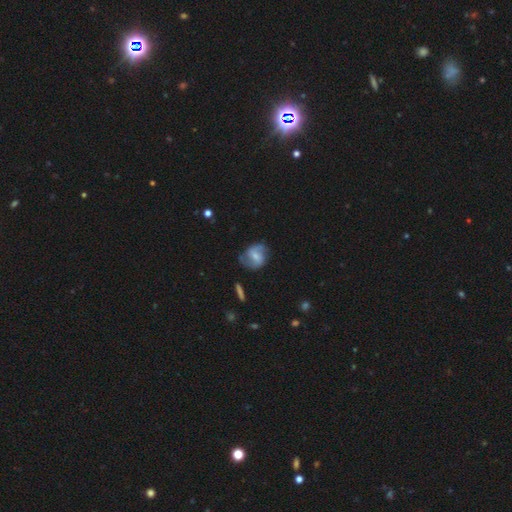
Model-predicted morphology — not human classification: This is likely a featured or disk galaxy (68%). It is clearly not viewed edge-on (97%). Bar: possibly weak (51%). Spiral arm pattern: clearly yes (90%). Spiral arm count: clearly 2 (84%). Spiral winding: possibly medium (46%). Central bulge: marginally small (44%). Merging: likely none (68%).